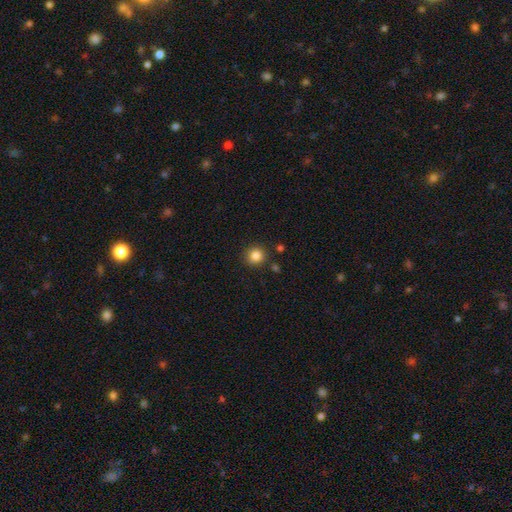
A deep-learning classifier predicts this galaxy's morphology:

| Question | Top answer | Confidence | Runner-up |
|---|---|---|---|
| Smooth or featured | smooth | 85% | star or artifact (11%) |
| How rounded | round | 92% | in between (7%) |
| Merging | none | 88% | minor disturbance (7%) |